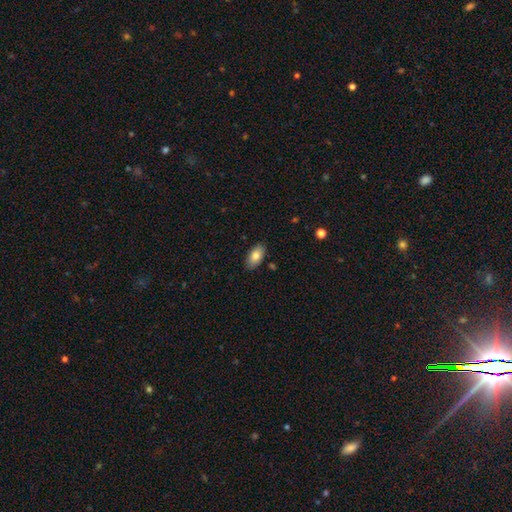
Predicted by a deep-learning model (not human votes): smooth_or_featured: smooth (p=0.80) [alt: featured or disk p=0.13]
how_rounded: in between (p=0.93) [alt: round p=0.04]
merging: none (p=0.85) [alt: minor disturbance p=0.11]